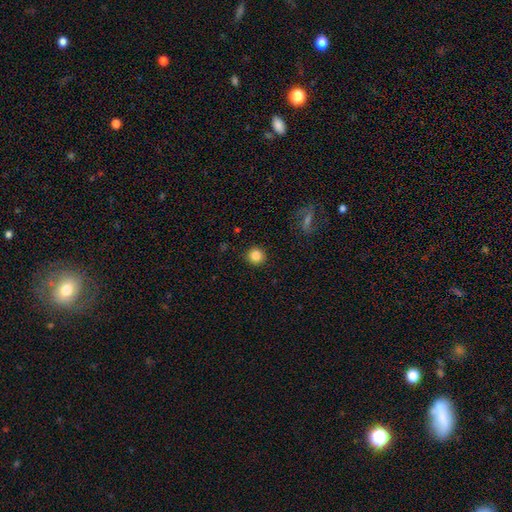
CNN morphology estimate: Smooth or featured?
  - smooth: 84% *
  - star or artifact: 11%
  - featured or disk: 5%
How rounded?
  - round: 93% *
  - in between: 6%
  - cigar-shaped: 1%
Merging?
  - none: 92% *
  - minor disturbance: 5%
  - major disturbance: 2%
  - merger: 1%